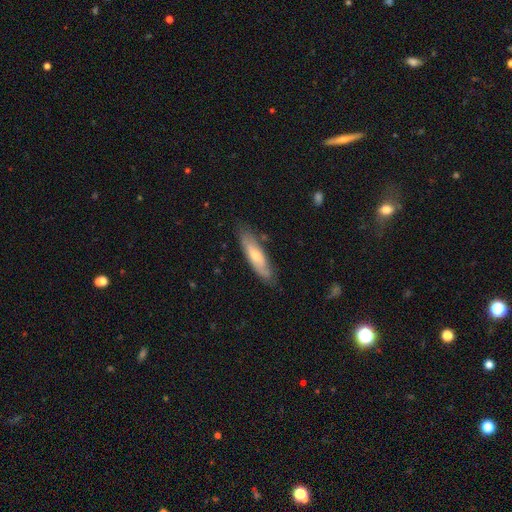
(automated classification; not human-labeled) A smooth galaxy with no disk features (55%) that is cigar-shaped (66%).

Vote fractions:
- Smooth or featured? smooth: 55% / featured or disk: 39% / star or artifact: 6%
- How rounded? cigar-shaped: 66% / in between: 33% / round: 2%
- Merging? none: 77% / minor disturbance: 18% / major disturbance: 4% / merger: 2%